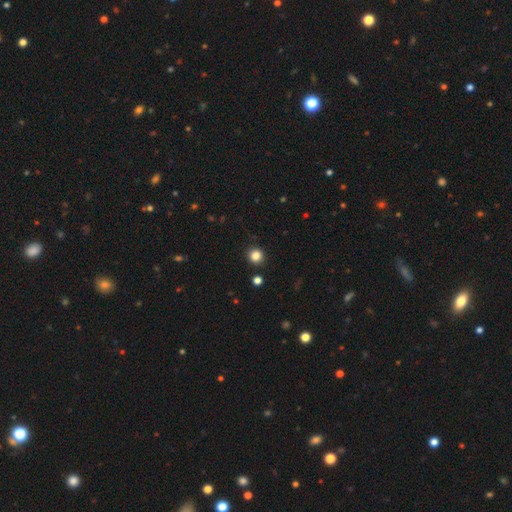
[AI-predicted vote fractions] Q: Smooth or featured?
A: smooth (84%); runner-up: star or artifact (12%)
Q: How rounded?
A: round (94%); runner-up: in between (5%)
Q: Merging?
A: none (92%); runner-up: minor disturbance (5%)